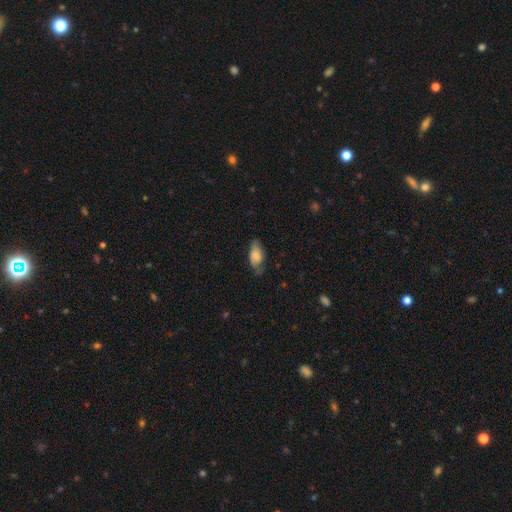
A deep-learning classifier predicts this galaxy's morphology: Smooth or featured? Predicted: smooth (p=0.69). How rounded? Predicted: in between (p=0.88). Merging? Predicted: none (p=0.59).